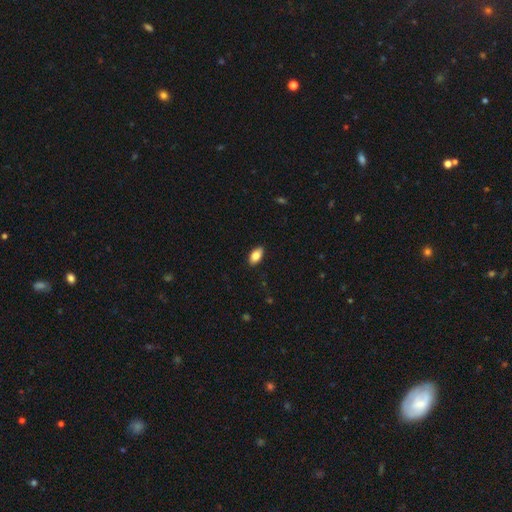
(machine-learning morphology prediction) Smooth or featured? Predicted: smooth (p=0.84). How rounded? Predicted: in between (p=0.92). Merging? Predicted: none (p=0.88).